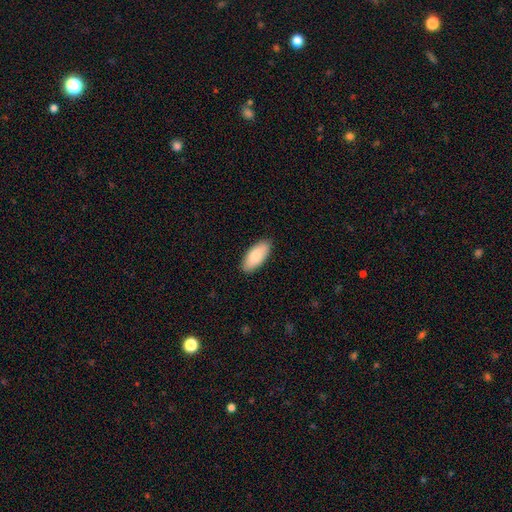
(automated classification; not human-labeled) smooth_or_featured: smooth (p=0.83) [alt: featured or disk p=0.12]
how_rounded: in between (p=0.89) [alt: cigar-shaped p=0.09]
merging: none (p=0.88) [alt: minor disturbance p=0.09]